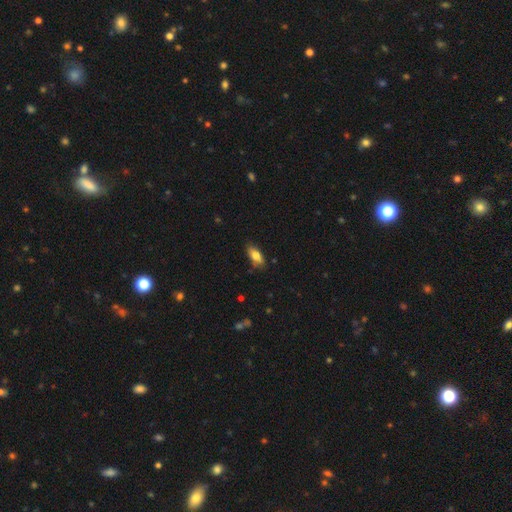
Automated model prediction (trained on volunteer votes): A smooth galaxy with no disk features (79%) that is in between round and cigar-shaped (83%).

Vote fractions:
- Smooth or featured? smooth: 79% / featured or disk: 14% / star or artifact: 7%
- How rounded? in between: 83% / cigar-shaped: 15% / round: 3%
- Merging? none: 78% / minor disturbance: 17% / major disturbance: 3% / merger: 2%